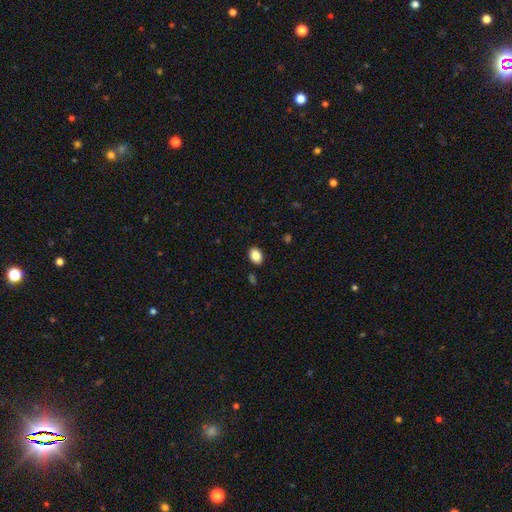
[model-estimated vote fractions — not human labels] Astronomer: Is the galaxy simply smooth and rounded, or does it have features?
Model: smooth — 86%.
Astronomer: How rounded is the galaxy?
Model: in between — 74%.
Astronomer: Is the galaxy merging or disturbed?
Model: none — 89%.